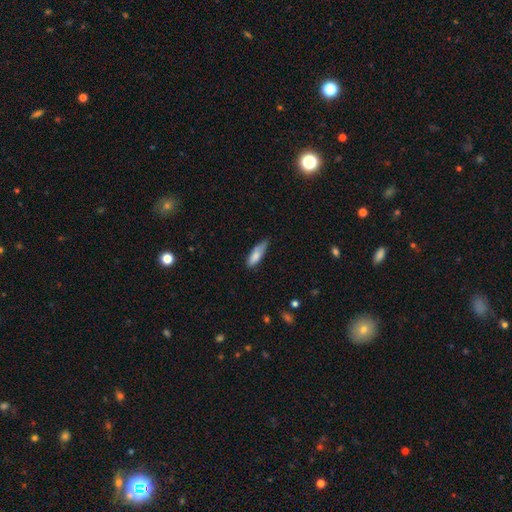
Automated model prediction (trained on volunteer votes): Smooth or featured?
  - smooth: 80% *
  - featured or disk: 13%
  - star or artifact: 6%
How rounded?
  - cigar-shaped: 49% * (tied)
  - in between: 49% * (tied)
  - round: 2%
Merging?
  - none: 53% *
  - minor disturbance: 38%
  - major disturbance: 7%
  - merger: 2%